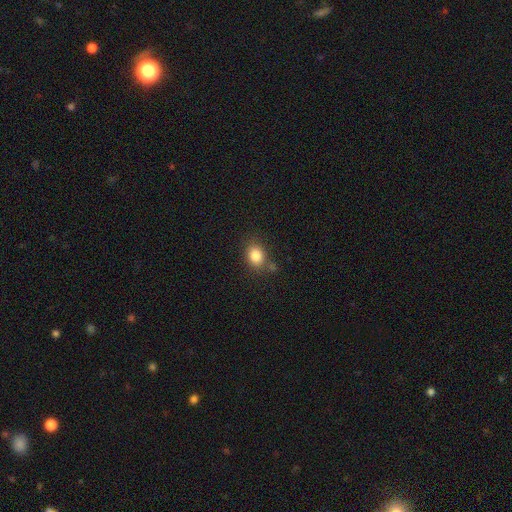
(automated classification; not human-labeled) The model was most divided on "how rounded": in between: 51%, round: 48%, cigar-shaped: 1%. More confident: smooth or featured — smooth (84%); merging — none (69%).